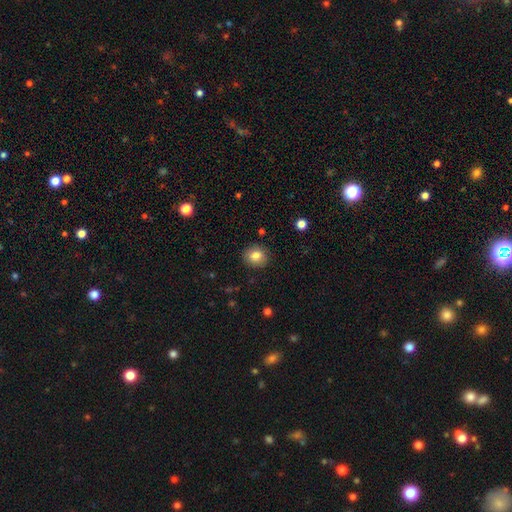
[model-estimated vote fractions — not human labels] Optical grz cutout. It shows a smooth galaxy with no disk features (82%) that is round (72%). Merging: none (88%).